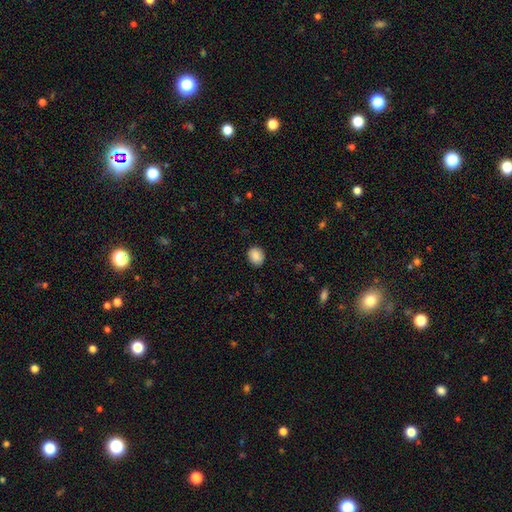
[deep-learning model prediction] Smooth or featured?
  - smooth: 87% *
  - star or artifact: 8%
  - featured or disk: 5%
How rounded?
  - round: 57% *
  - in between: 42%
  - cigar-shaped: 1%
Merging?
  - none: 87% *
  - minor disturbance: 9%
  - major disturbance: 2%
  - merger: 1%